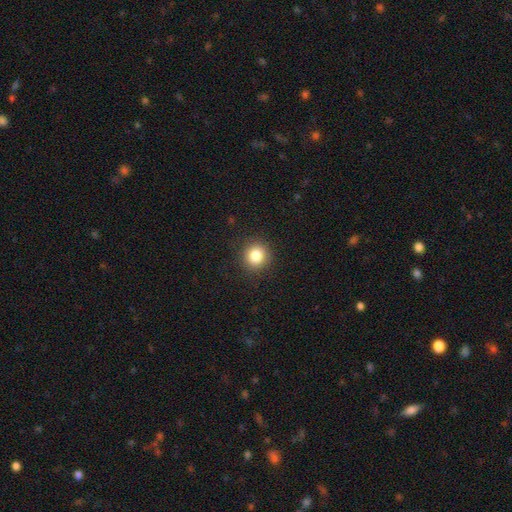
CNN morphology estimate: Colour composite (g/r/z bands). It shows a smooth galaxy with no disk features (84%) that is round (92%). Merging: none (91%).